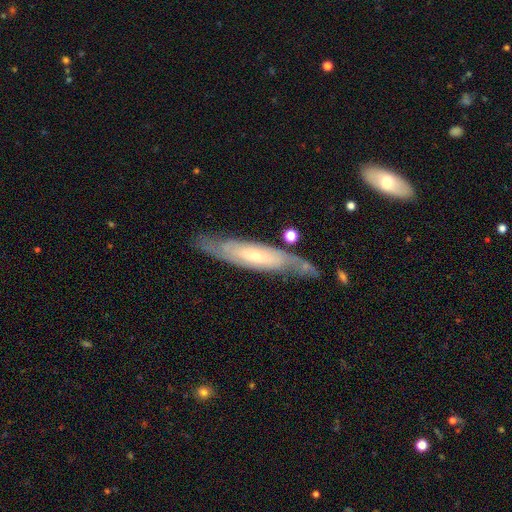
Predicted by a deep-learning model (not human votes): This is likely a featured or disk galaxy (69%). It is possibly not viewed edge-on (59%). Merging: likely none (69%).